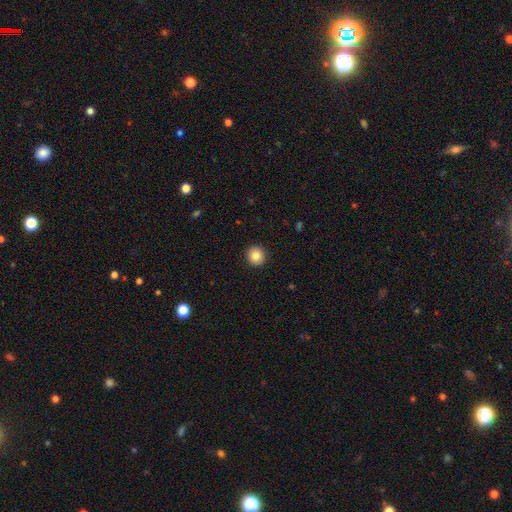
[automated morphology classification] Smooth or featured? smooth (84%)
How rounded? round (93%)
Merging? none (93%)